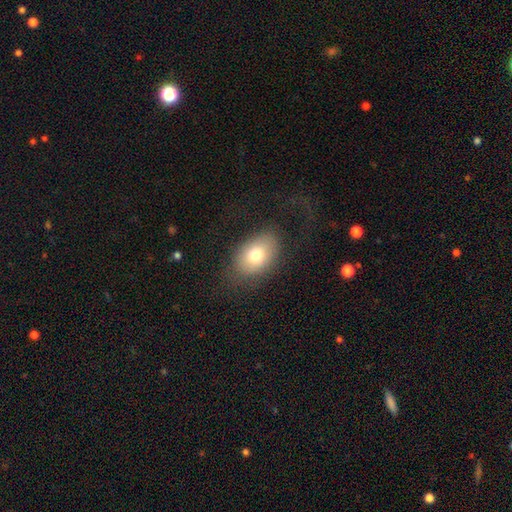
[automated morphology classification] type=smooth (75%); roundness=in between (85%); merging=none (77%).